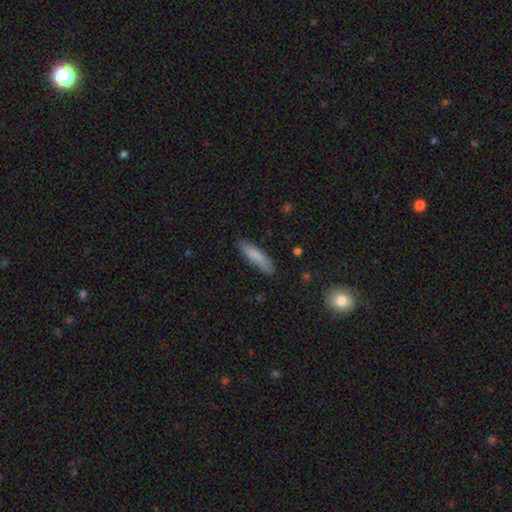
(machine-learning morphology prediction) Q: Smooth or featured?
A: smooth (83%); runner-up: featured or disk (11%)
Q: How rounded?
A: cigar-shaped (73%); runner-up: in between (26%)
Q: Merging?
A: none (81%); runner-up: minor disturbance (15%)